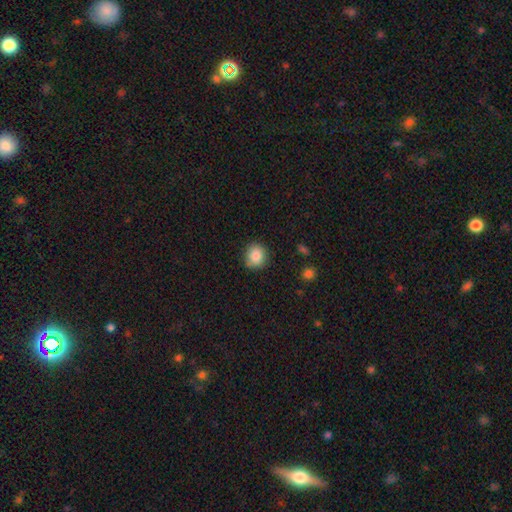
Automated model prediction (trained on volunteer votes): A smooth galaxy with no disk features (86%) that is round (84%). Merging: none (85%).